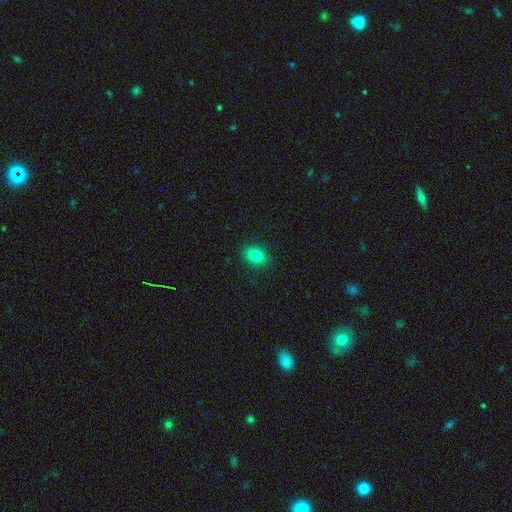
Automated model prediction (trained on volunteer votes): Overall: smooth (81%). How rounded: in between (70%). Merging: none (89%).